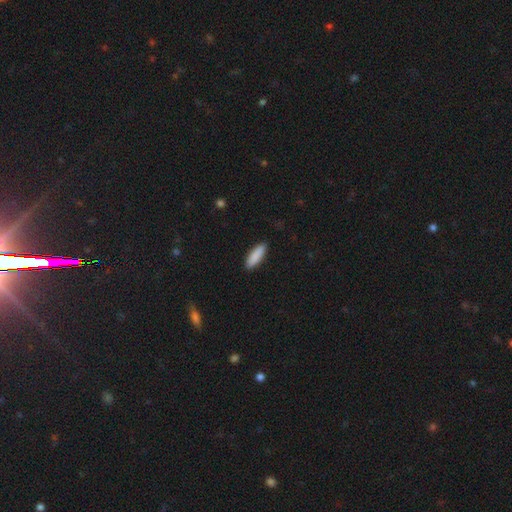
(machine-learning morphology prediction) smooth-or-featured: smooth: 89% | featured or disk: 6% | star or artifact: 6%
  how-rounded: cigar-shaped: 53% | in between: 45% | round: 2%
  merging: none: 89% | minor disturbance: 8% | major disturbance: 2% | merger: 1%